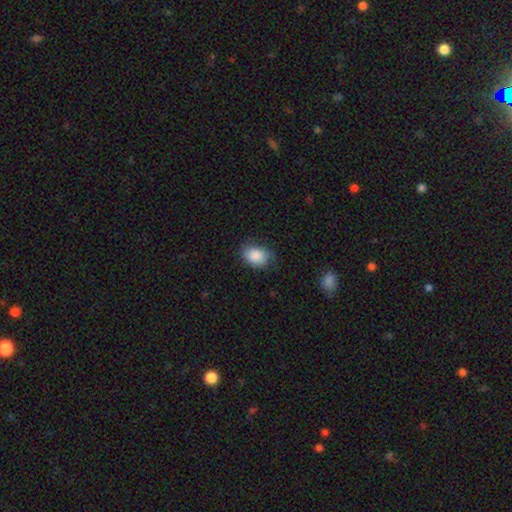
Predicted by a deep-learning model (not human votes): A smooth galaxy with no disk features (87%) that is in between round and cigar-shaped (73%). Merging: none (70%).